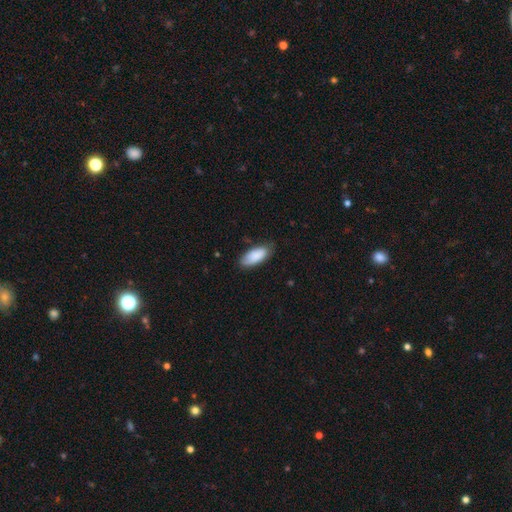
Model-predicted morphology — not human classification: type=smooth (87%); roundness=in between (88%); merging=none (75%).